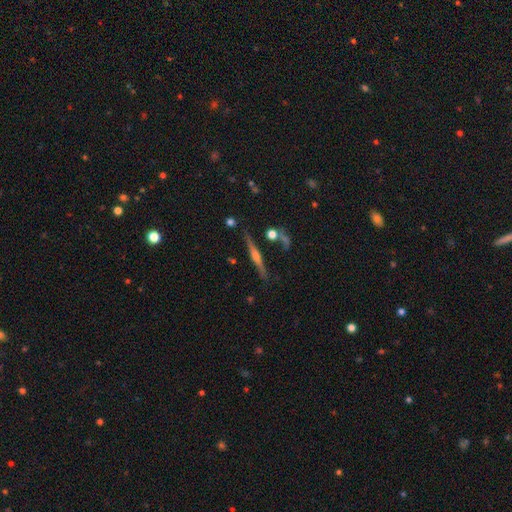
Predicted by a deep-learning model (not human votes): A featured or disk galaxy (79%) viewed edge-on (97%) with a rounded central bulge (83%). Merging: none (84%).